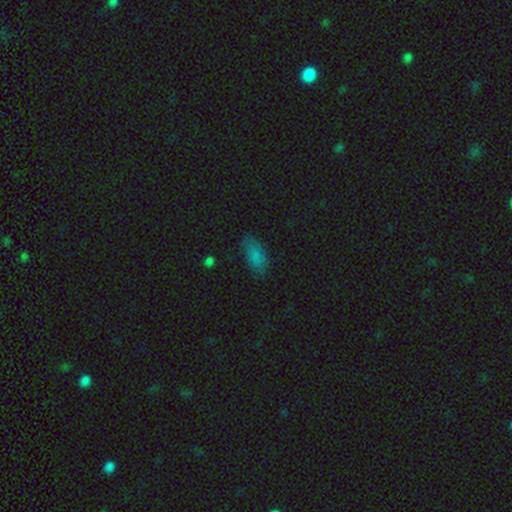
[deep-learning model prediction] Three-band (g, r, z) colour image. It shows a smooth galaxy with no disk features (79%) that is in between round and cigar-shaped (91%). Merging: none (73%).